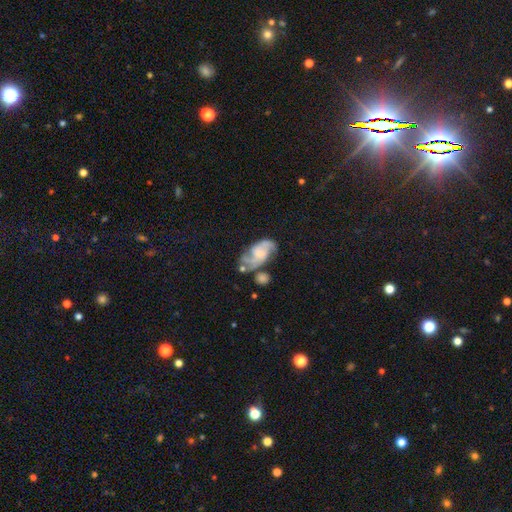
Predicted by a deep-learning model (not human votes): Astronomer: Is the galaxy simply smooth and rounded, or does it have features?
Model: featured or disk — 79%.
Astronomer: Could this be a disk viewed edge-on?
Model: no — 96%.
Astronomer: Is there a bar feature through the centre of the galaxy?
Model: no — 56% (runner-up: weak, 36%).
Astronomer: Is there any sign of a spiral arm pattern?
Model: yes — 95%.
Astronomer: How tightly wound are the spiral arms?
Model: medium — 51% (runner-up: tight, 27%).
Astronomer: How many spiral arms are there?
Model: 2 — 68%.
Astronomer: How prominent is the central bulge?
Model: small — 48% (runner-up: moderate, 34%).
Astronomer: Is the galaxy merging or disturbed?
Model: none — 51%.